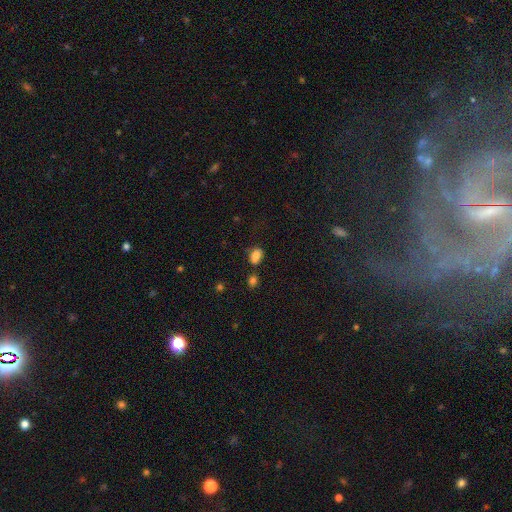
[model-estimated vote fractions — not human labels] Smooth or featured: smooth — 81% (star or artifact — 12%)
How rounded: in between — 77% (round — 22%)
Merging: none — 56% (minor disturbance — 21%)